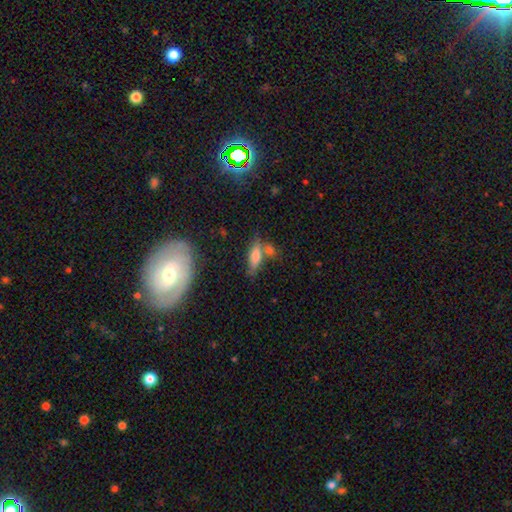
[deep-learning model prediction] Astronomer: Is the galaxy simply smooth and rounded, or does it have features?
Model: smooth — 72%.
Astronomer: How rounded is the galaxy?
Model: in between — 58% (runner-up: cigar-shaped, 38%).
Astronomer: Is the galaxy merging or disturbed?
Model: none — 53%.